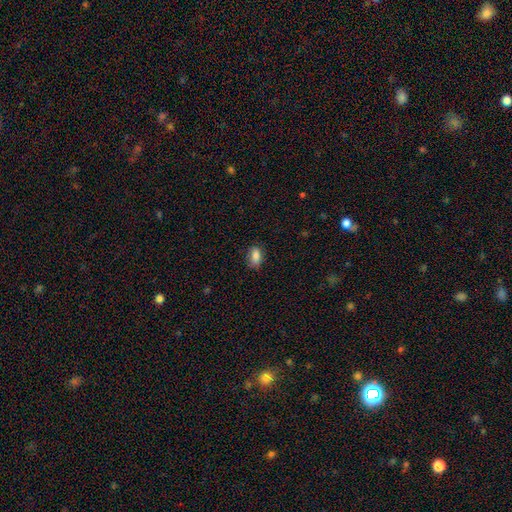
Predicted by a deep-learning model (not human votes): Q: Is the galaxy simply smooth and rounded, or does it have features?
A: smooth — 86%.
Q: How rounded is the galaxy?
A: in between — 88%.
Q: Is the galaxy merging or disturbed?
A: none — 80%.